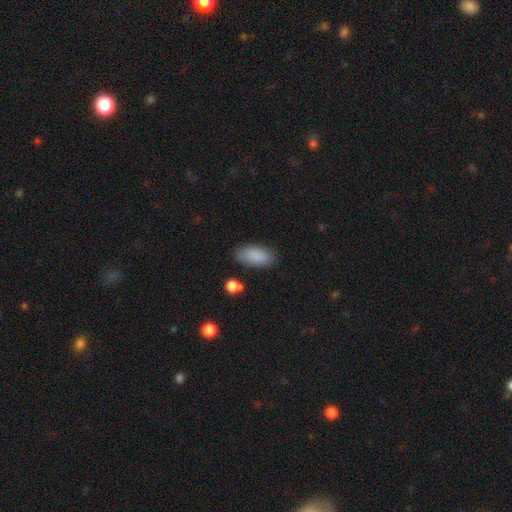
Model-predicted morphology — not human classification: The model was most divided on "merging": none: 81%, minor disturbance: 13%, major disturbance: 3%, merger: 2%. More confident: how rounded — in between (89%); smooth or featured — smooth (88%).